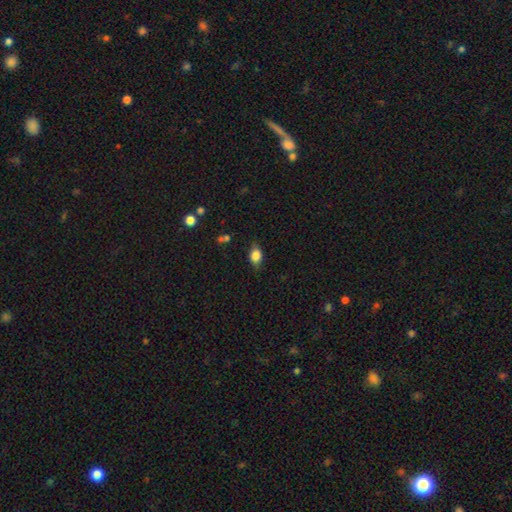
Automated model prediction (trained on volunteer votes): Morphology: type=smooth (81%); roundness=in between (76%); merging=none (76%).